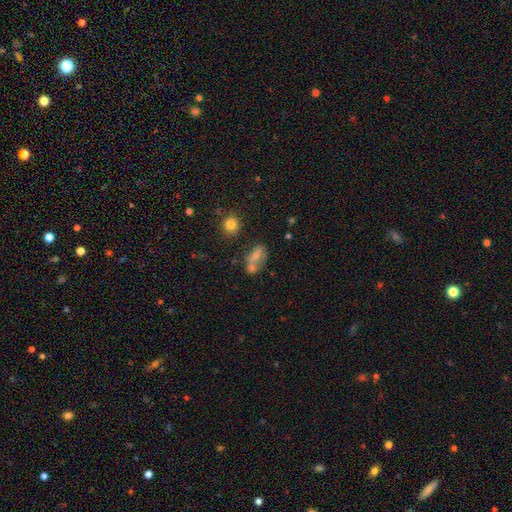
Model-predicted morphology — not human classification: smooth_or_featured: smooth (p=0.61) [alt: featured or disk p=0.26]
how_rounded: in between (p=0.79) [alt: round p=0.17]
merging: merger (p=0.43) [alt: none p=0.35]